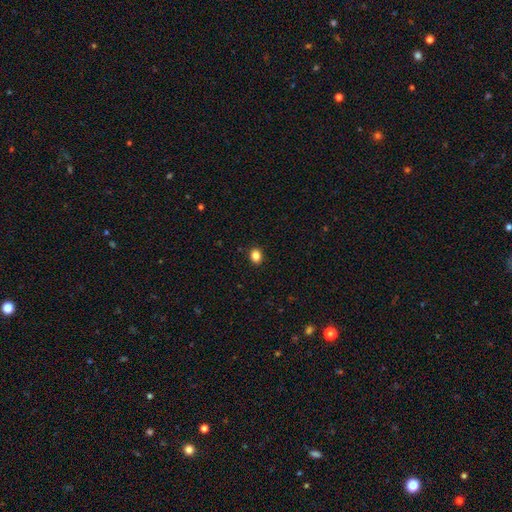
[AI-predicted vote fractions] Morphology: type=smooth (85%); roundness=round (52%); merging=none (91%).